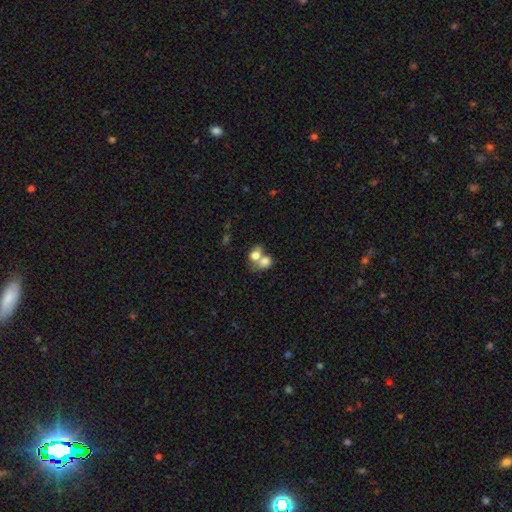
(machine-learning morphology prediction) This is likely a smooth galaxy (73%). How rounded: possibly in between (55%). Merging: likely merger (69%).